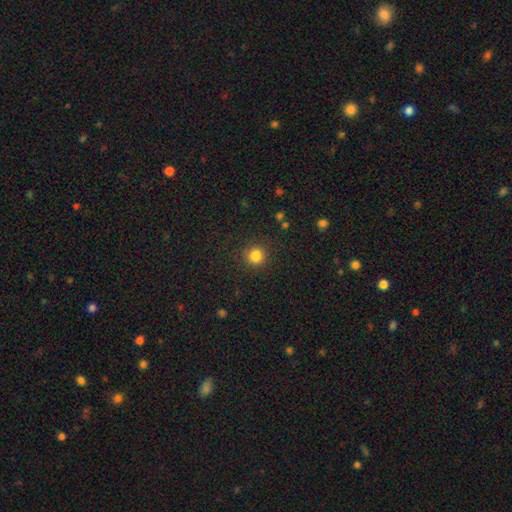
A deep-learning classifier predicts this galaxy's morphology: A smooth galaxy with no disk features (84%) that is round (92%).

Vote fractions:
- Smooth or featured? smooth: 84% / star or artifact: 12% / featured or disk: 4%
- How rounded? round: 92% / in between: 7% / cigar-shaped: 1%
- Merging? none: 89% / minor disturbance: 7% / major disturbance: 3% / merger: 1%